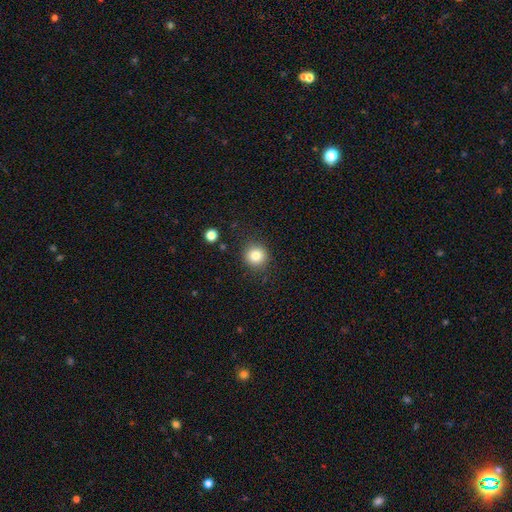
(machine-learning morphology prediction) This appears to be a smooth galaxy with no disk features (82%) that is round (92%). Merging: none (88%).